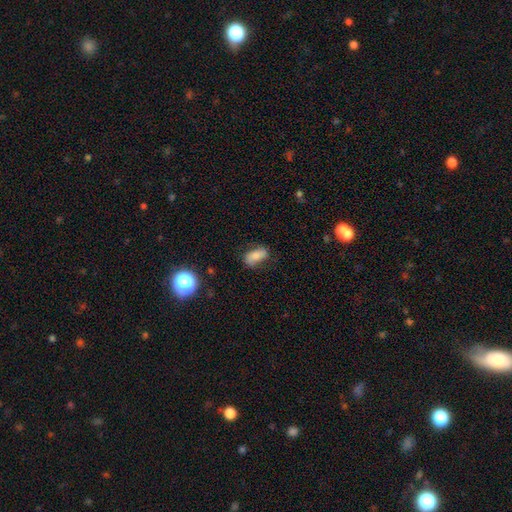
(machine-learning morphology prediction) The model was most divided on "merging": none: 65%, minor disturbance: 24%, major disturbance: 9%, merger: 2%. More confident: how rounded — in between (88%); smooth or featured — smooth (68%).